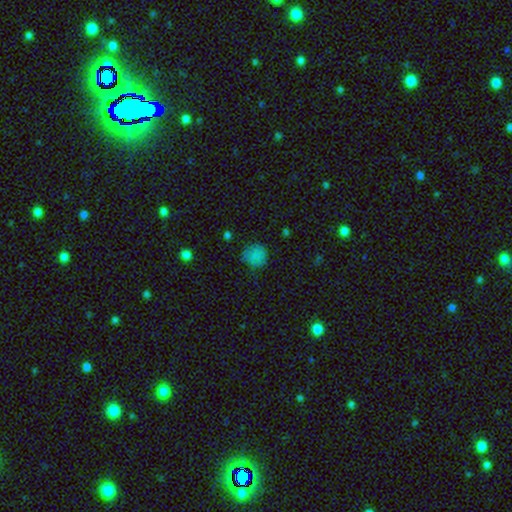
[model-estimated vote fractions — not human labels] A smooth galaxy with no disk features (81%) that is round (87%). Merging: none (75%).